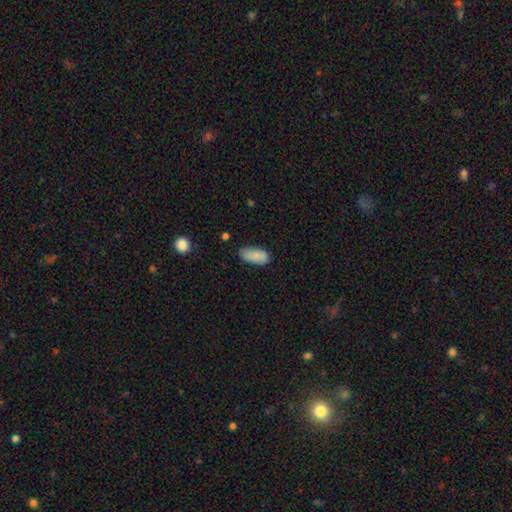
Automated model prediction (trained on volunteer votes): This is clearly a smooth galaxy (87%). How rounded: clearly in between (89%). Merging: likely none (75%).